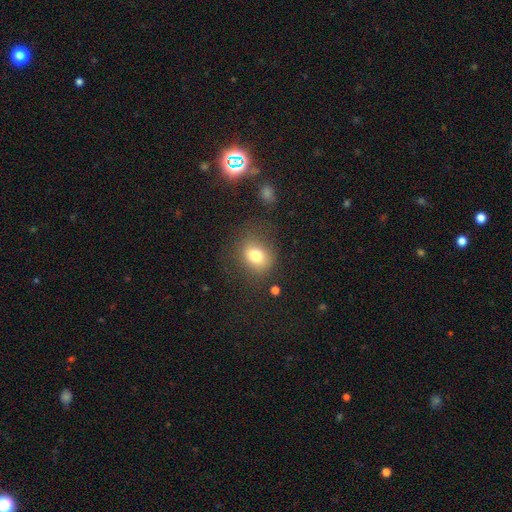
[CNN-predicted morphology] Smooth or featured? smooth (77%)
How rounded? round (65%)
Merging? none (71%)